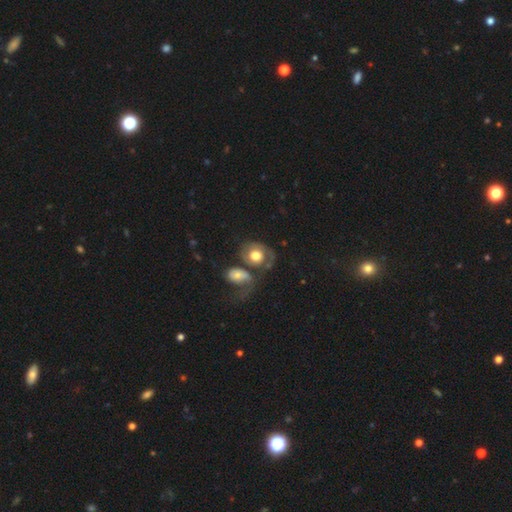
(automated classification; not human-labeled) Smooth or featured: smooth — 54% (featured or disk — 39%)
How rounded: round — 55% (in between — 44%)
Merging: merger — 39% (none — 26%)